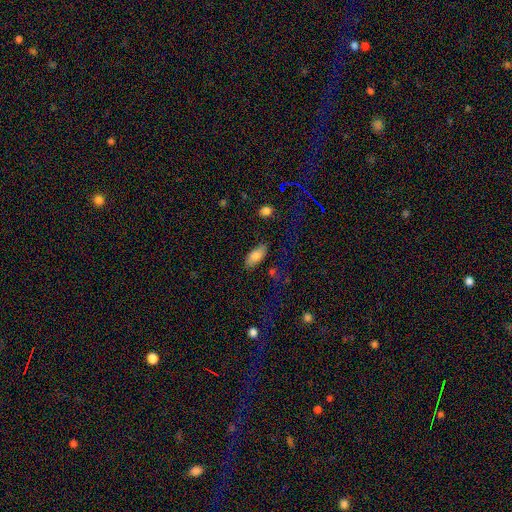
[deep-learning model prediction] Smooth or featured?
  - smooth: 81% *
  - featured or disk: 11%
  - star or artifact: 8%
How rounded?
  - in between: 88% *
  - cigar-shaped: 9%
  - round: 2%
Merging?
  - none: 82% *
  - minor disturbance: 13%
  - major disturbance: 3%
  - merger: 2%